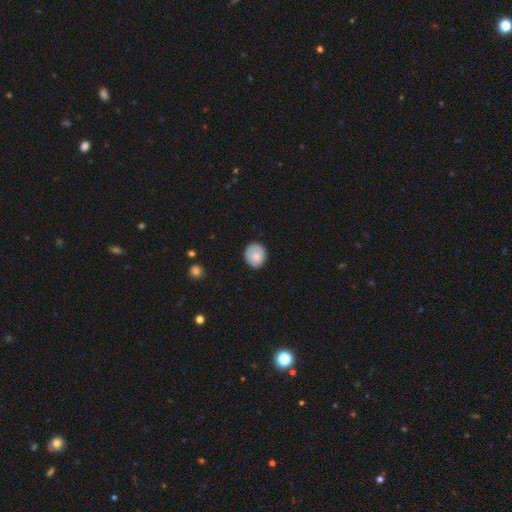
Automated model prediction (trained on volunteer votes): This appears to be a smooth galaxy with no disk features (77%) that is round (72%). Merging: none (79%).